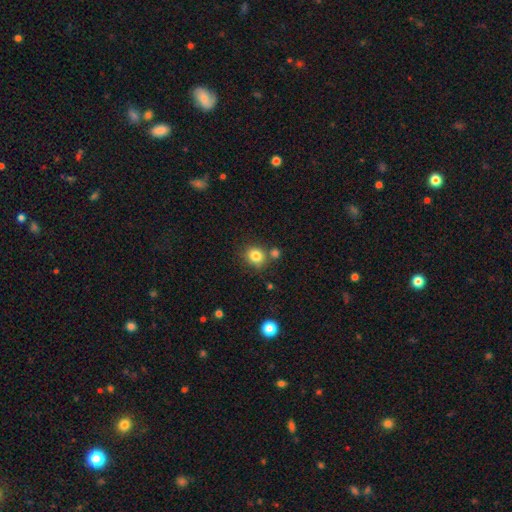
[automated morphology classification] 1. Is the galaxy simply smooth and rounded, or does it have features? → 82% smooth, 11% star or artifact, 7% featured or disk.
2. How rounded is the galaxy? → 79% round, 20% in between, 1% cigar-shaped.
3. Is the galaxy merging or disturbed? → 70% none, 14% merger, 12% minor disturbance, 4% major disturbance.